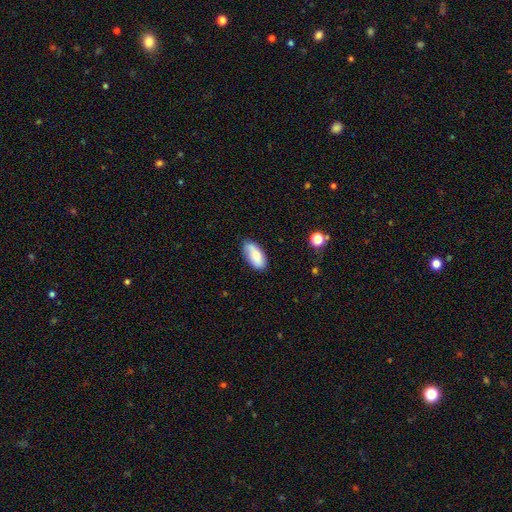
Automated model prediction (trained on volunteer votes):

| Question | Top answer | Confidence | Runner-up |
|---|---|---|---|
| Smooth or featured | smooth | 73% | featured or disk (20%) |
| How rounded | in between | 89% | cigar-shaped (9%) |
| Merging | none | 75% | minor disturbance (19%) |